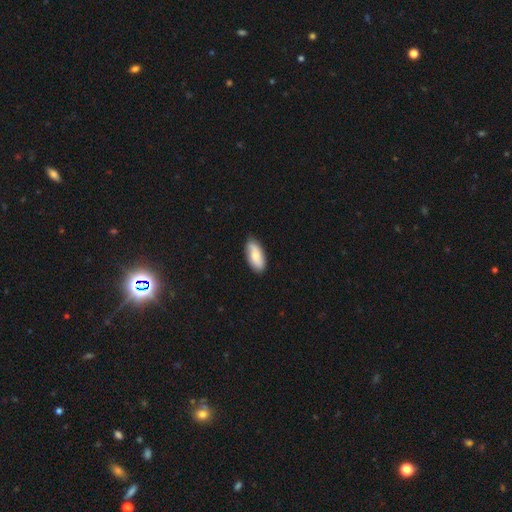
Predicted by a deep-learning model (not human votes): Smooth or featured? smooth (68%)
How rounded? in between (89%)
Merging? none (85%)